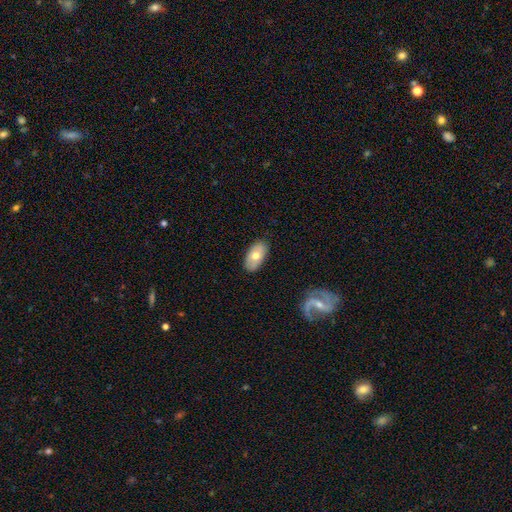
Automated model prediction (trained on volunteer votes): Smooth or featured? Predicted: smooth (p=0.62). How rounded? Predicted: in between (p=0.93). Merging? Predicted: none (p=0.85).